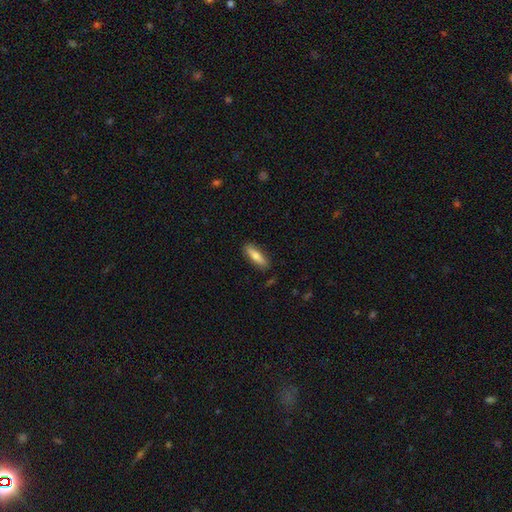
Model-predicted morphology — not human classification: A smooth galaxy with no disk features (73%) that is cigar-shaped (57%).

Vote fractions:
- Smooth or featured? smooth: 73% / featured or disk: 21% / star or artifact: 6%
- How rounded? cigar-shaped: 57% / in between: 41% / round: 2%
- Merging? none: 86% / minor disturbance: 10% / major disturbance: 2% / merger: 1%